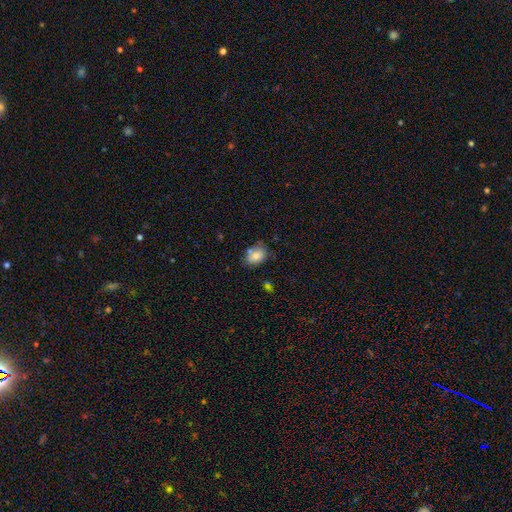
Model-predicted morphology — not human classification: The model was most divided on "merging": none: 62%, minor disturbance: 21%, merger: 12%, major disturbance: 5%. More confident: smooth or featured — smooth (77%); how rounded — in between (71%).